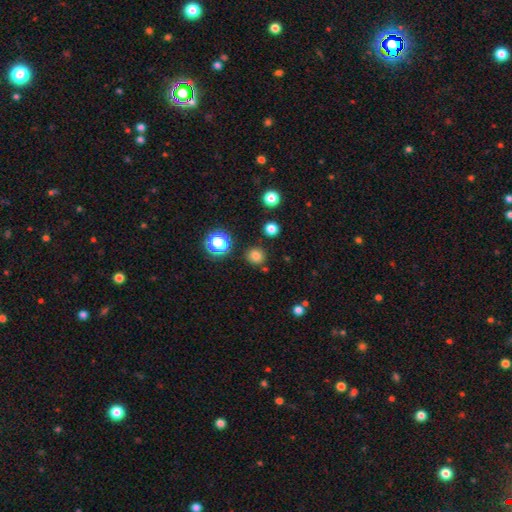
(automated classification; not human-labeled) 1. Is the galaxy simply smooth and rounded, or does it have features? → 78% smooth, 18% star or artifact, 5% featured or disk.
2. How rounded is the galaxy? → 90% round, 9% in between, 1% cigar-shaped.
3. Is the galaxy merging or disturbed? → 86% none, 8% minor disturbance, 4% merger, 3% major disturbance.